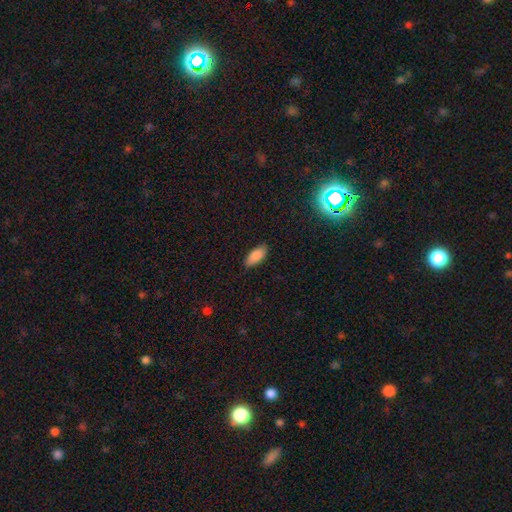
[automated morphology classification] smooth-or-featured: smooth: 87% | star or artifact: 7% | featured or disk: 6%
  how-rounded: in between: 88% | cigar-shaped: 10% | round: 2%
  merging: none: 85% | minor disturbance: 12% | major disturbance: 2% | merger: 1%